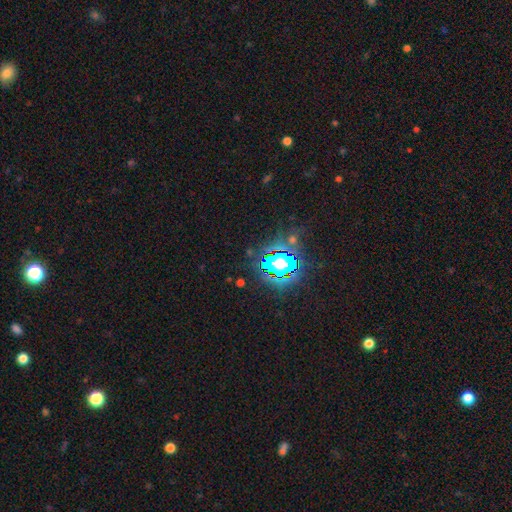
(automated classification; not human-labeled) Smooth or featured? star or artifact (83%)